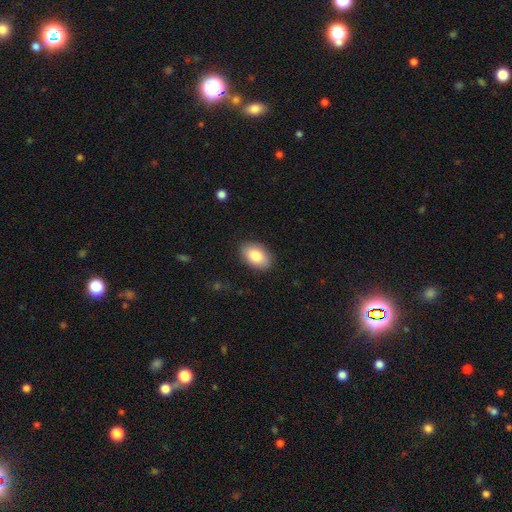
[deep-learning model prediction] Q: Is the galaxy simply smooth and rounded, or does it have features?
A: smooth — 86%.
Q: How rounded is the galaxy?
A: in between — 92%.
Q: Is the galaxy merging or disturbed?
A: none — 87%.